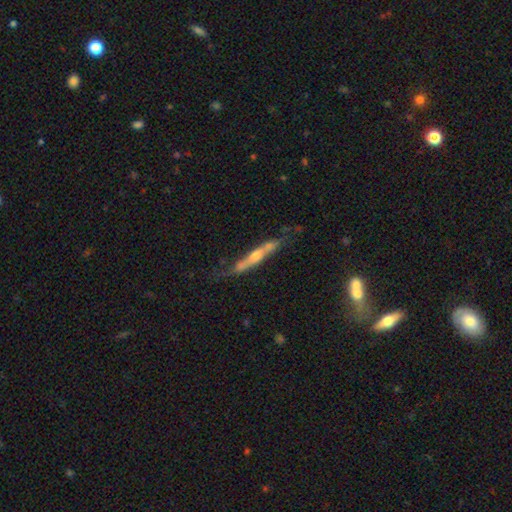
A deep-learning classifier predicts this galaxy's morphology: This appears to be a featured or disk galaxy (72%) viewed edge-on (88%) with a rounded central bulge (72%). Merging: none (60%).